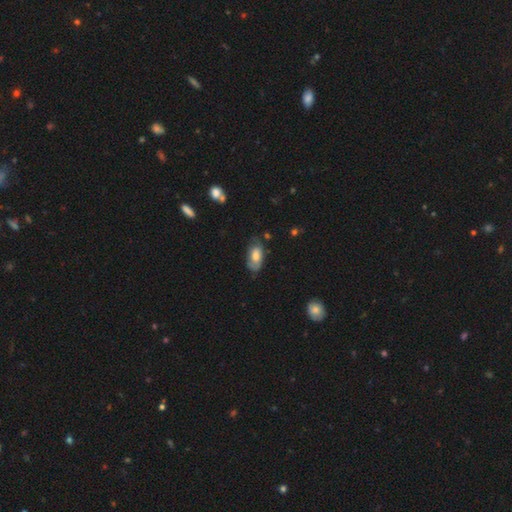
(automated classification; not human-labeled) Smooth or featured: smooth — 63% (featured or disk — 30%)
How rounded: in between — 92% (round — 4%)
Merging: none — 59% (minor disturbance — 30%)